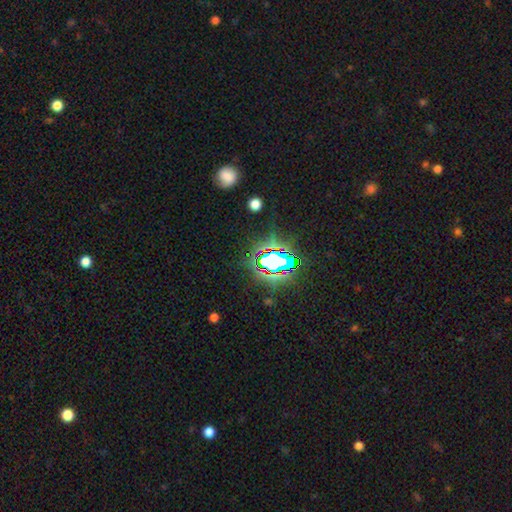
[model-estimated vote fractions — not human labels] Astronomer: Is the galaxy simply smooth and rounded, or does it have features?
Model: star or artifact — 79%.